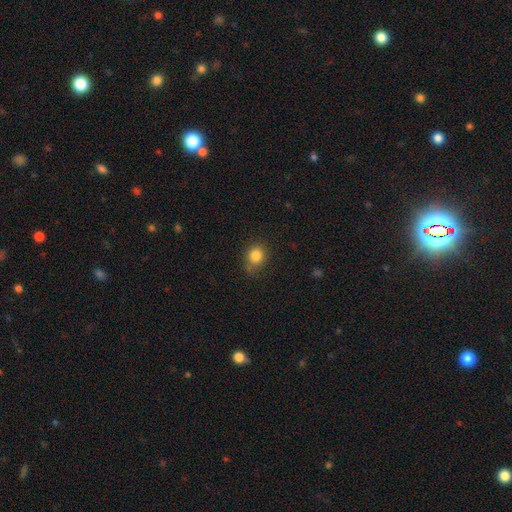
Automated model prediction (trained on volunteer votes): smooth_or_featured: smooth (p=0.83) [alt: star or artifact p=0.11]
how_rounded: round (p=0.71) [alt: in between p=0.28]
merging: none (p=0.72) [alt: minor disturbance p=0.21]